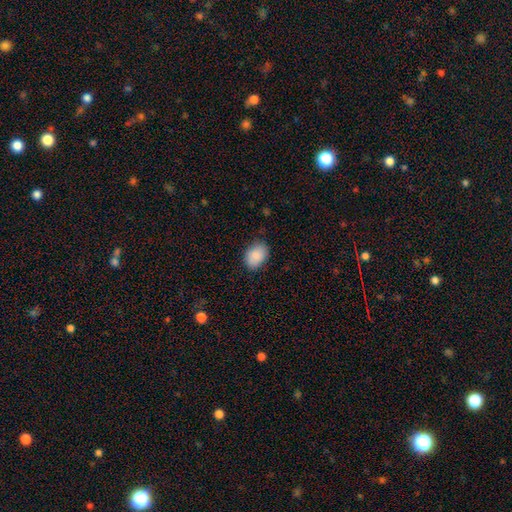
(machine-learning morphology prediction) type=smooth (88%); roundness=in between (76%); merging=none (82%).